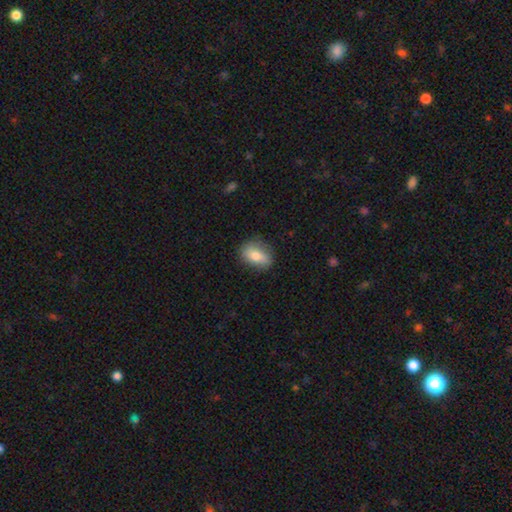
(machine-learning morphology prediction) Smooth or featured: smooth — 75% (featured or disk — 17%)
How rounded: in between — 78% (round — 19%)
Merging: none — 77% (minor disturbance — 17%)